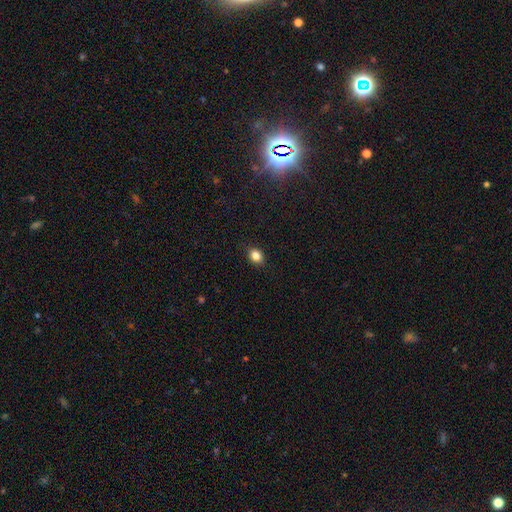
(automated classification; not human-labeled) Smooth or featured? smooth (84%)
How rounded? in between (58%)
Merging? none (88%)